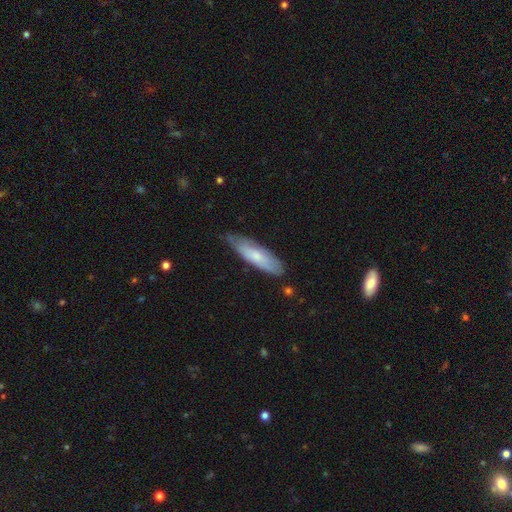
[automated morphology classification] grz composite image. It shows a smooth galaxy with no disk features (62%) that is cigar-shaped (62%). Merging: none (68%).